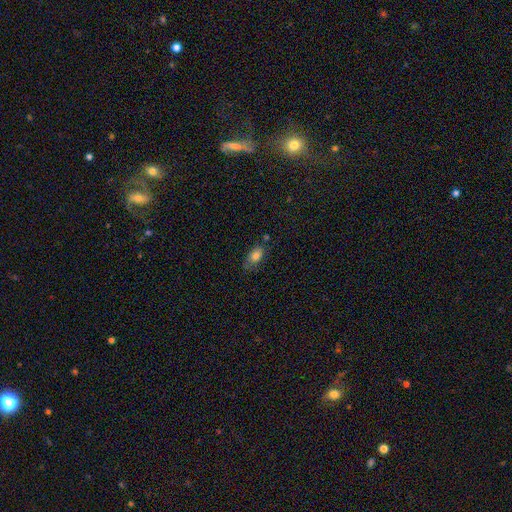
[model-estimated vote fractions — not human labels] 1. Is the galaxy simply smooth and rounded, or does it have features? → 80% smooth, 10% featured or disk, 9% star or artifact.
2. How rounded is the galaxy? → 87% in between, 9% round, 4% cigar-shaped.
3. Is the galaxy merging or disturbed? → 63% none, 25% minor disturbance, 7% major disturbance, 5% merger.